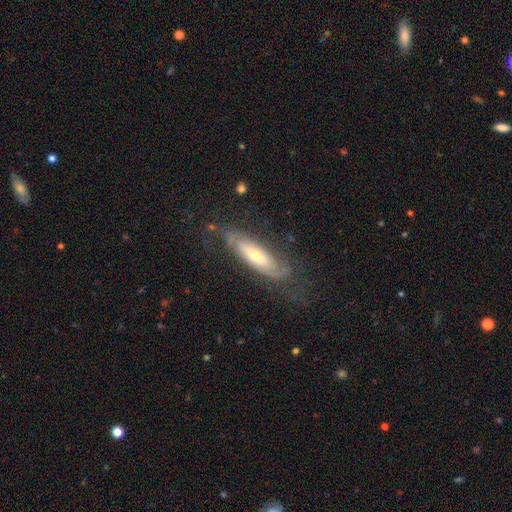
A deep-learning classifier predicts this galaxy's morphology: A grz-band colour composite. It shows a featured or disk galaxy (63%). Merging: none (63%).